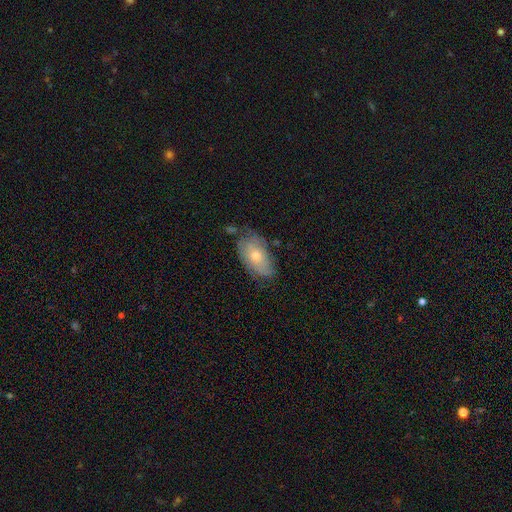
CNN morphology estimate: This appears to be a smooth galaxy with no disk features (54%) that is in between round and cigar-shaped (92%). Merging: none (63%).